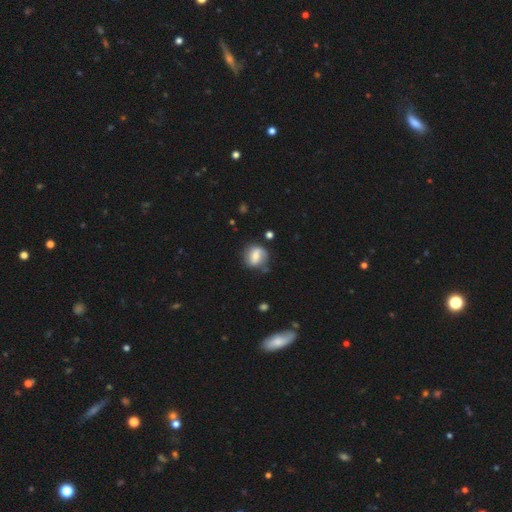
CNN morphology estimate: smooth 53%, featured or disk 38%, star or artifact 9%. Down the decision tree: how rounded — round (67%); merging — none (65%).